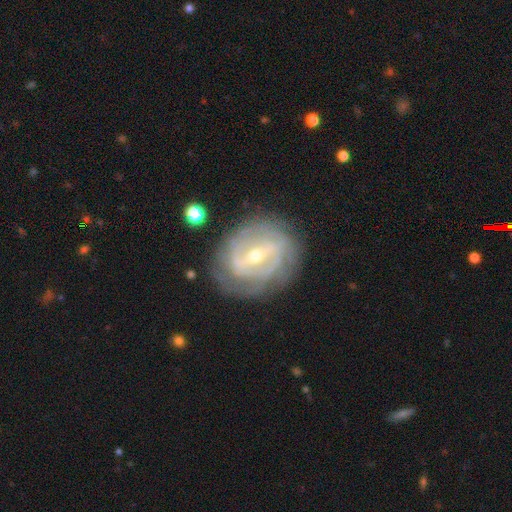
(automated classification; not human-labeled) Smooth or featured?
  - featured or disk: 85% *
  - smooth: 10%
  - star or artifact: 5%
Edge-on disk?
  - no: 96% *
  - yes: 4%
Bar?
  - strong: 50% *
  - weak: 39%
  - no: 11%
Spiral arms?
  - yes: 87% *
  - no: 13%
Spiral winding?
  - tight: 68% *
  - medium: 25%
  - loose: 7%
Spiral arm count?
  - 2: 35% * (tied)
  - can't tell: 35% * (tied)
  - 3: 15%
  - 4: 7%
  - 1: 4%
  - more than 4: 4%
Bulge size?
  - moderate: 51% *
  - small: 45%
  - large: 2%
  - none: 1%
  - dominant: 1%
Merging?
  - none: 77% *
  - minor disturbance: 15%
  - major disturbance: 6%
  - merger: 2%